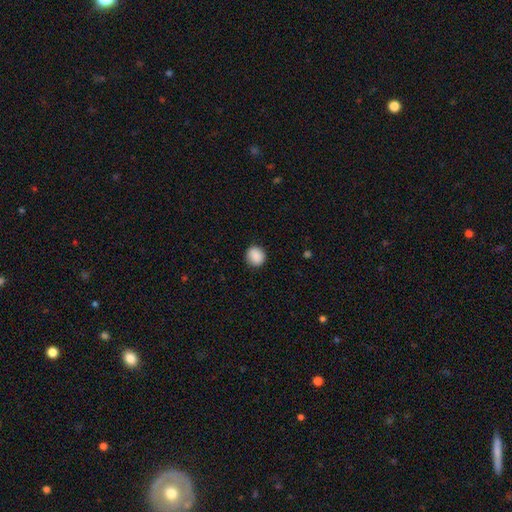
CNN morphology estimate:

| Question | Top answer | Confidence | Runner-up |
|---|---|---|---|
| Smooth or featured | smooth | 89% | star or artifact (7%) |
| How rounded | round | 85% | in between (14%) |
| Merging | none | 88% | minor disturbance (9%) |